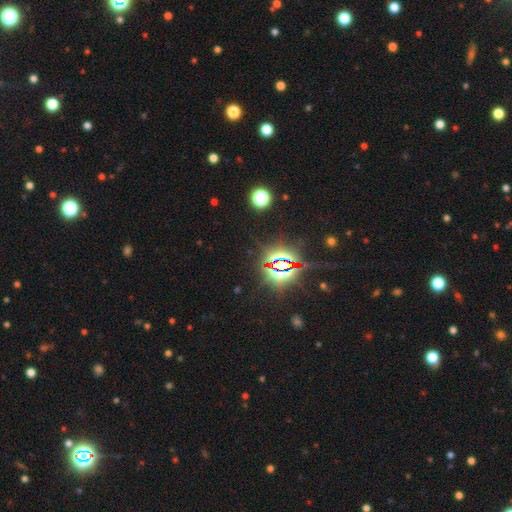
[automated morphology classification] smooth-or-featured: star or artifact: 81% | smooth: 13% | featured or disk: 6%